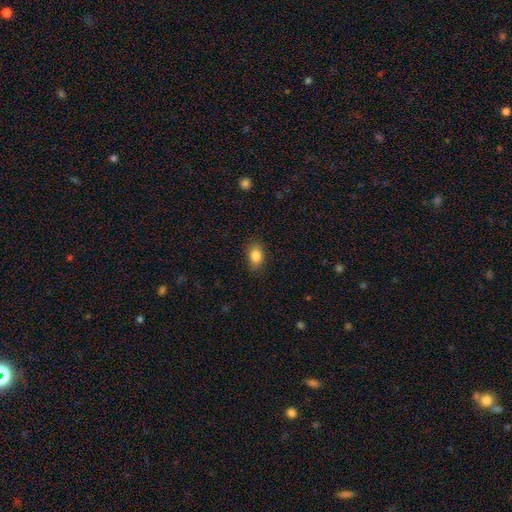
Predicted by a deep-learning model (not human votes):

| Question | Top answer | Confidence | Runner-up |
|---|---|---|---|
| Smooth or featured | smooth | 85% | star or artifact (8%) |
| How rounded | in between | 81% | round (17%) |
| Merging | none | 84% | minor disturbance (12%) |